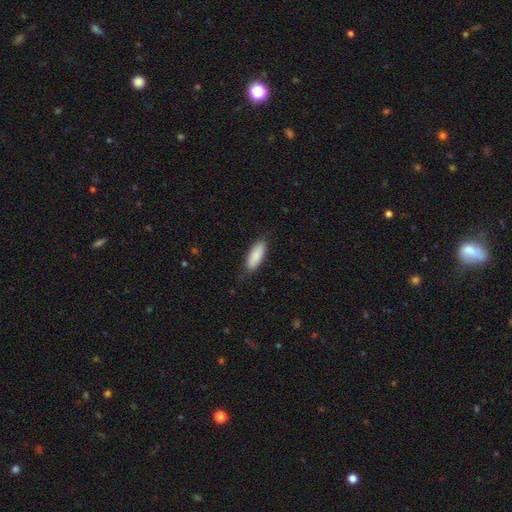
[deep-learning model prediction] The model was most divided on "how rounded": in between: 73%, cigar-shaped: 26%, round: 2%. More confident: smooth or featured — smooth (87%); merging — none (83%).